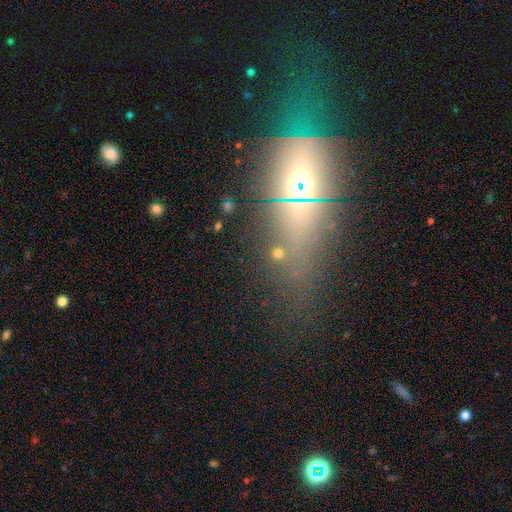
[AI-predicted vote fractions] A featured or disk galaxy (38%). Merging: none (37%).